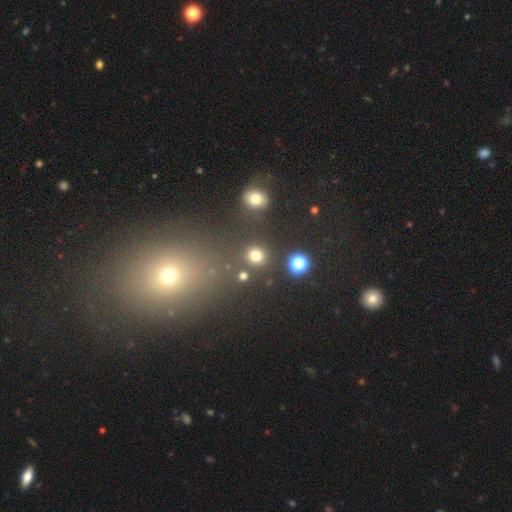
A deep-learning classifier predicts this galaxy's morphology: Smooth or featured? smooth (77%)
How rounded? round (86%)
Merging? none (83%)